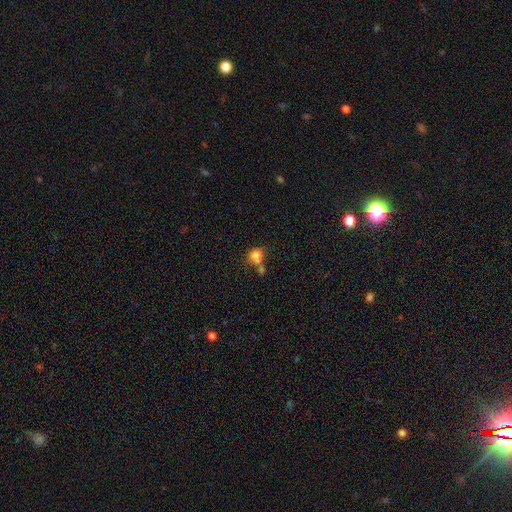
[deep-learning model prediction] Smooth or featured: smooth — 76% (featured or disk — 12%)
How rounded: round — 61% (in between — 37%)
Merging: merger — 42% (none — 37%)